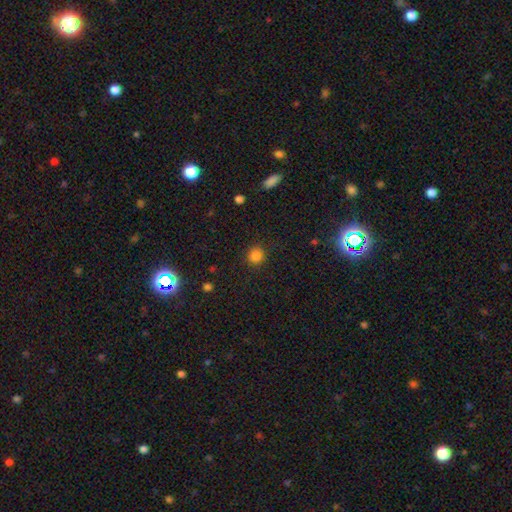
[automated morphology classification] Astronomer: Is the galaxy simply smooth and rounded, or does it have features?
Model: smooth — 83%.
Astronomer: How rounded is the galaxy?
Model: round — 89%.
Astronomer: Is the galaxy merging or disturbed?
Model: none — 88%.